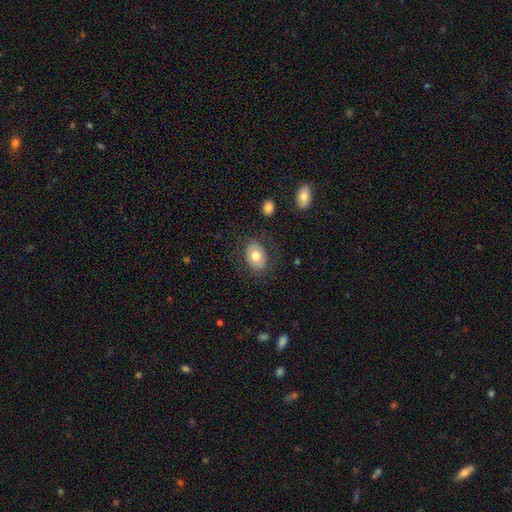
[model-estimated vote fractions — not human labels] A smooth galaxy with no disk features (70%) that is in between round and cigar-shaped (74%). Merging: none (79%).